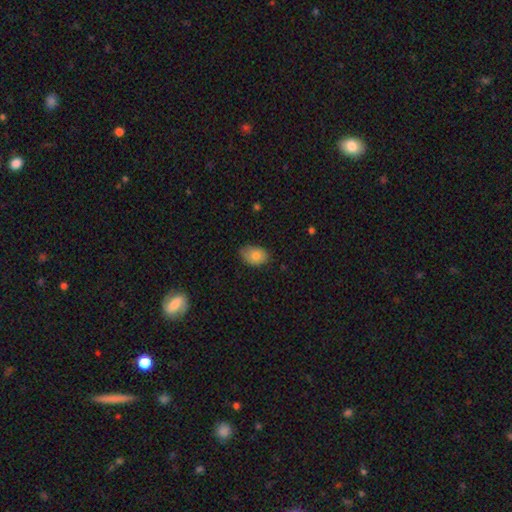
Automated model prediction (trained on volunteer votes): Smooth or featured: smooth — 80% (featured or disk — 12%)
How rounded: in between — 83% (round — 16%)
Merging: none — 69% (minor disturbance — 26%)